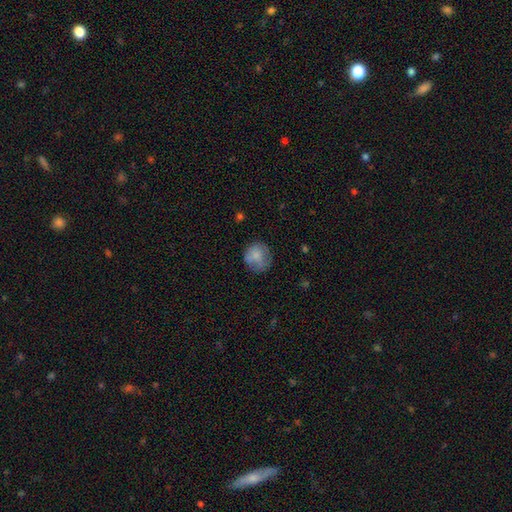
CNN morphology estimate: Q: Smooth or featured?
A: smooth (74%); runner-up: featured or disk (18%)
Q: How rounded?
A: round (85%); runner-up: in between (14%)
Q: Merging?
A: none (65%); runner-up: minor disturbance (22%)